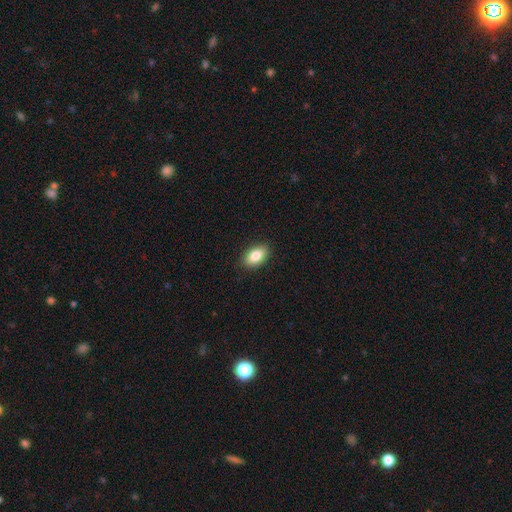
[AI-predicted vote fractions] This is clearly a smooth galaxy (83%). How rounded: clearly in between (90%). Merging: clearly none (89%).